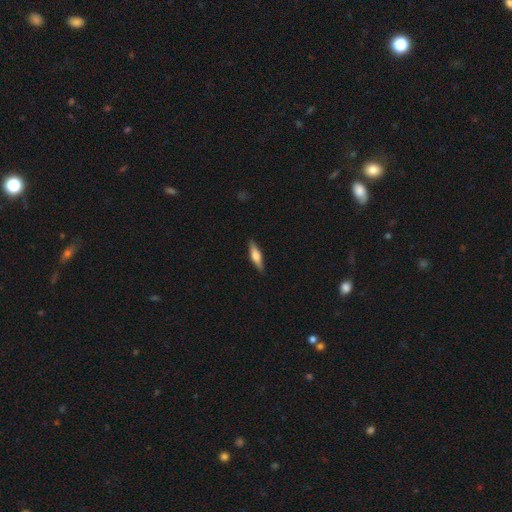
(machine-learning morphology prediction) The model was most divided on "smooth or featured": smooth: 50%, featured or disk: 44%, star or artifact: 6%. More confident: merging — none (90%); how rounded — cigar-shaped (70%).